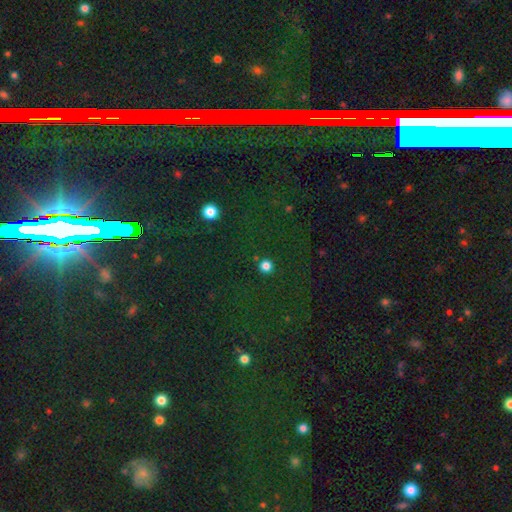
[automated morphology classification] This is clearly a star or artifact rather than a galaxy (80%).